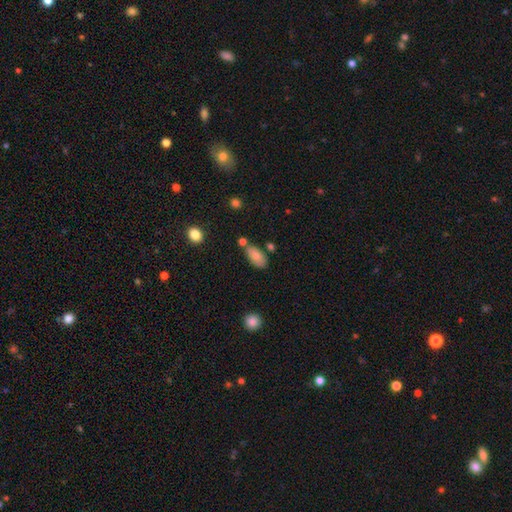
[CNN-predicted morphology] The model was most divided on "merging": none: 69%, minor disturbance: 16%, merger: 11%, major disturbance: 4%. More confident: how rounded — in between (92%); smooth or featured — smooth (81%).